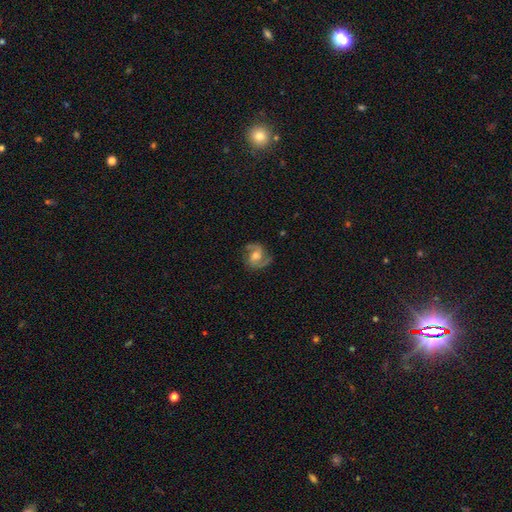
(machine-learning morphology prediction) smooth-or-featured: featured or disk: 81% | smooth: 12% | star or artifact: 7%
  disk-edge-on: no: 98% | yes: 2%
    bar: weak: 44% | no: 43% | strong: 13%
    has-spiral-arms: yes: 96% | no: 4%
      spiral-winding: medium: 55% | tight: 24% | loose: 21%
      spiral-arm-count: 2: 89% | can't tell: 4% | 1: 3% | 3: 2% | 4: 1% | more than 4: 1%
    bulge-size: moderate: 61% | small: 26% | large: 8% | none: 4% | dominant: 1%
  merging: none: 76% | minor disturbance: 16% | major disturbance: 7% | merger: 1%